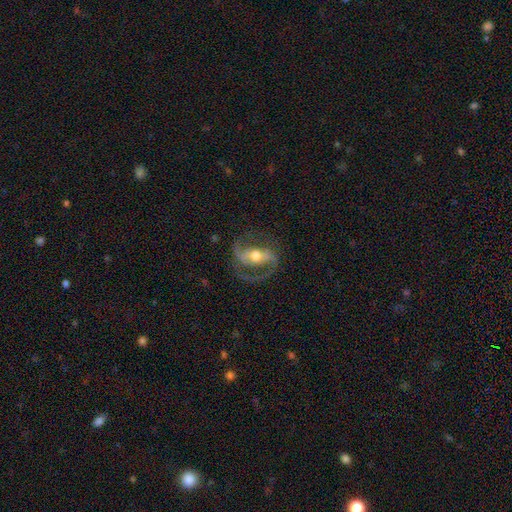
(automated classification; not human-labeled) Q: Smooth or featured?
A: featured or disk (88%); runner-up: smooth (7%)
Q: Edge-on disk?
A: no (96%); runner-up: yes (4%)
Q: Bar?
A: strong (50%); runner-up: weak (32%)
Q: Spiral arms?
A: yes (94%); runner-up: no (6%)
Q: Spiral winding?
A: medium (56%); runner-up: loose (23%)
Q: Spiral arm count?
A: 2 (90%); runner-up: 1 (4%)
Q: Bulge size?
A: moderate (68%); runner-up: small (23%)
Q: Merging?
A: none (73%); runner-up: minor disturbance (14%)